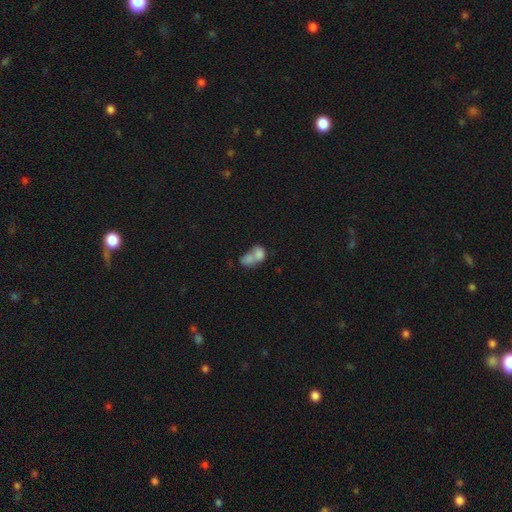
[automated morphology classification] type=smooth (76%); roundness=in between (69%); merging=merger (75%).